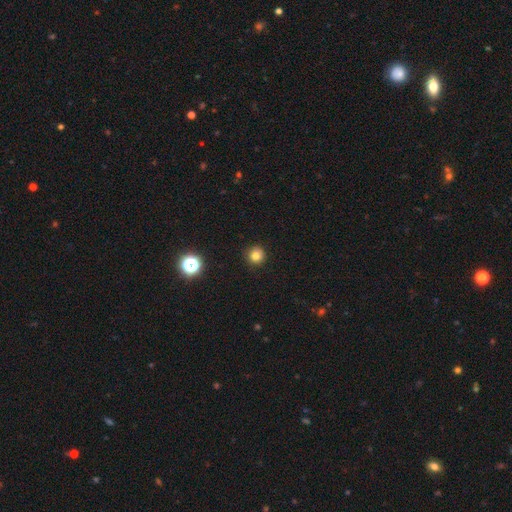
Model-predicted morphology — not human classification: type=smooth (81%); roundness=round (94%); merging=none (91%).